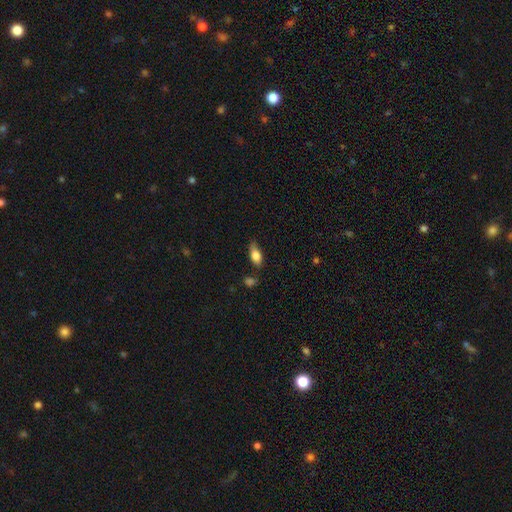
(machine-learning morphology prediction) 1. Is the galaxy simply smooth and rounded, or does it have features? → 76% smooth, 17% featured or disk, 8% star or artifact.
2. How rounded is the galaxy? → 83% in between, 12% cigar-shaped, 5% round.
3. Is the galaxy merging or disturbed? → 68% none, 23% minor disturbance, 5% major disturbance, 4% merger.